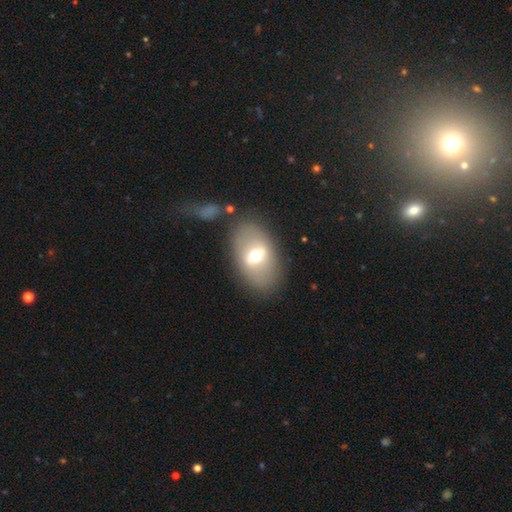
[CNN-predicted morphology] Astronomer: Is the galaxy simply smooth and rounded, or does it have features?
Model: smooth — 51% (runner-up: featured or disk, 40%).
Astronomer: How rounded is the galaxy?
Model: in between — 86%.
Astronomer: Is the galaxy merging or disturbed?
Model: none — 80%.